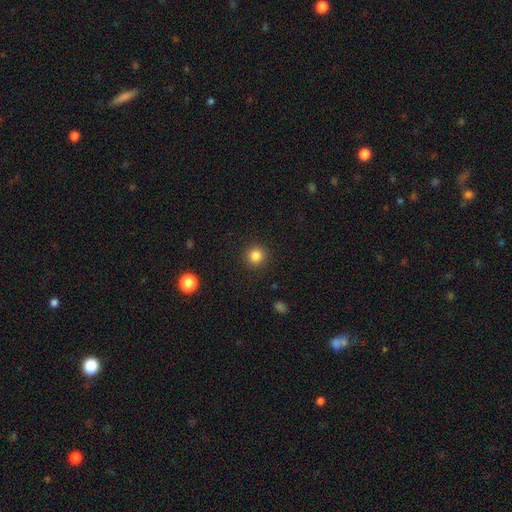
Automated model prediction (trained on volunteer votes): Smooth or featured?
  - smooth: 84% *
  - star or artifact: 12%
  - featured or disk: 5%
How rounded?
  - round: 93% *
  - in between: 6%
  - cigar-shaped: 1%
Merging?
  - none: 91% *
  - minor disturbance: 5%
  - major disturbance: 2%
  - merger: 1%